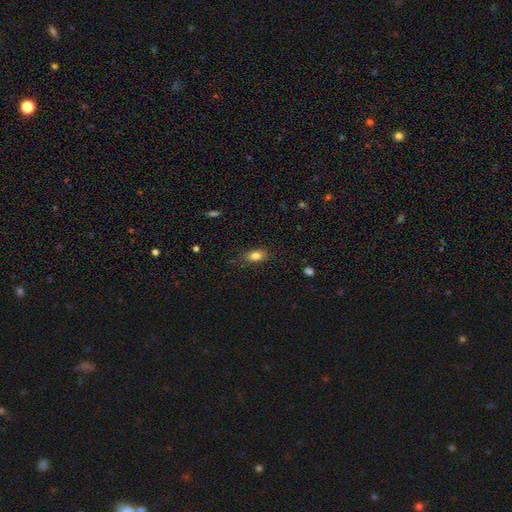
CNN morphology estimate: This is clearly a smooth galaxy (83%). How rounded: clearly in between (85%). Merging: clearly none (81%).